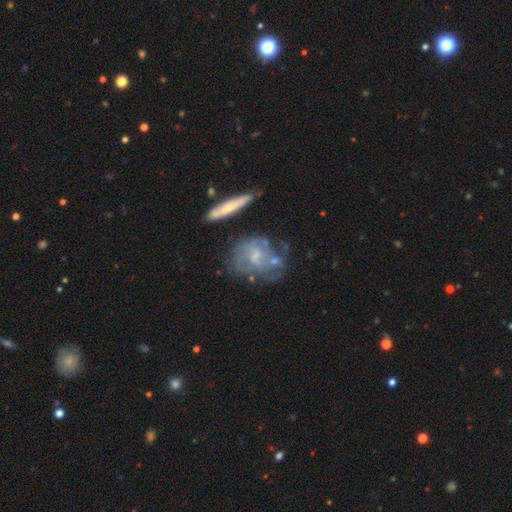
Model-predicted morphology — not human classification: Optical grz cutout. It shows a featured or disk galaxy (59%) with no bar (64%), no spiral arms (60%) and a small central bulge (39%). Merging: none (48%).